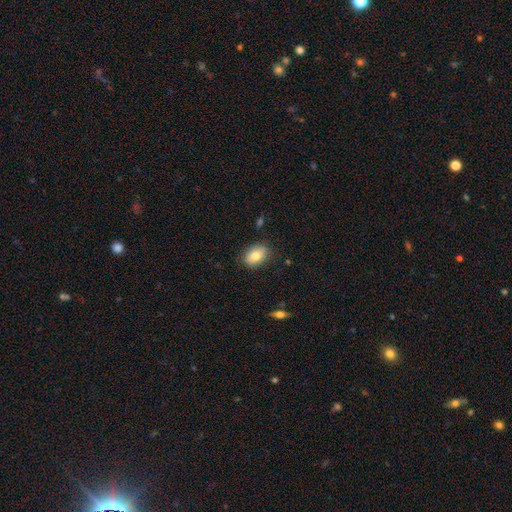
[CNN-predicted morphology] smooth-or-featured: smooth: 78% | featured or disk: 14% | star or artifact: 8%
  how-rounded: in between: 84% | round: 15% | cigar-shaped: 2%
  merging: none: 84% | minor disturbance: 12% | major disturbance: 3% | merger: 1%